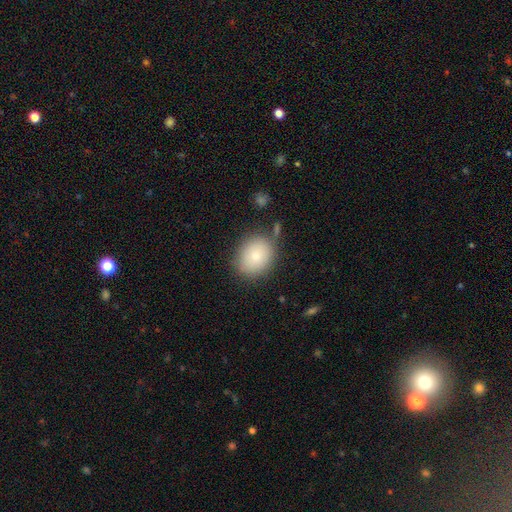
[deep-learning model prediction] Smooth or featured? smooth (78%)
How rounded? round (57%)
Merging? none (77%)